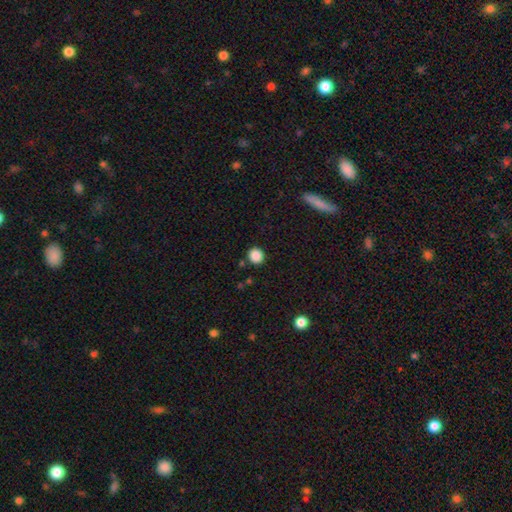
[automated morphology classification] Overall: smooth (87%). How rounded: round (89%). Merging: none (88%).